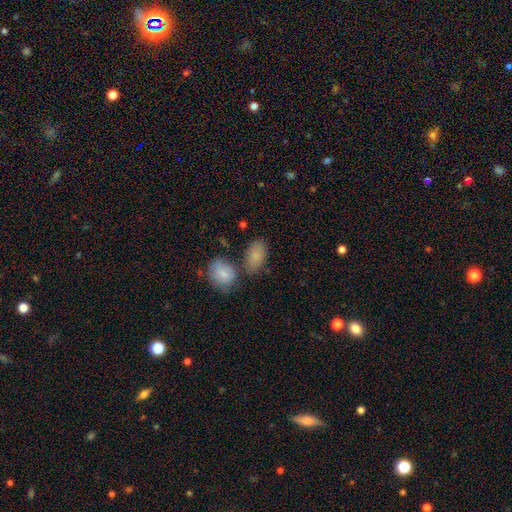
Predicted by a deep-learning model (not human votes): The model was most divided on "merging": none: 60%, merger: 18%, minor disturbance: 17%, major disturbance: 5%. More confident: how rounded — in between (91%); smooth or featured — smooth (84%).